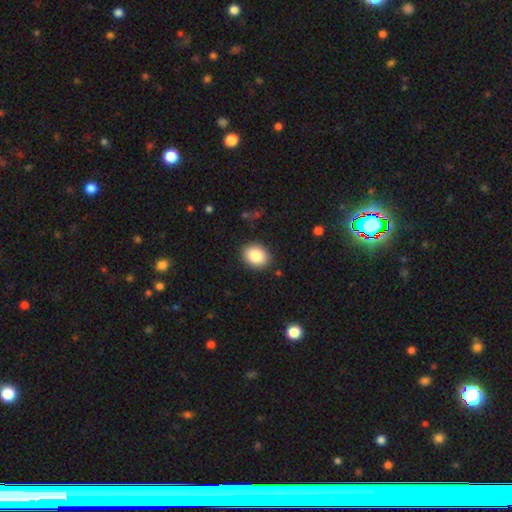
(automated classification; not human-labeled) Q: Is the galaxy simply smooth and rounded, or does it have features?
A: smooth — 86%.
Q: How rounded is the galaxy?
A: in between — 51%.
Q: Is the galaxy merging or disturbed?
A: none — 88%.